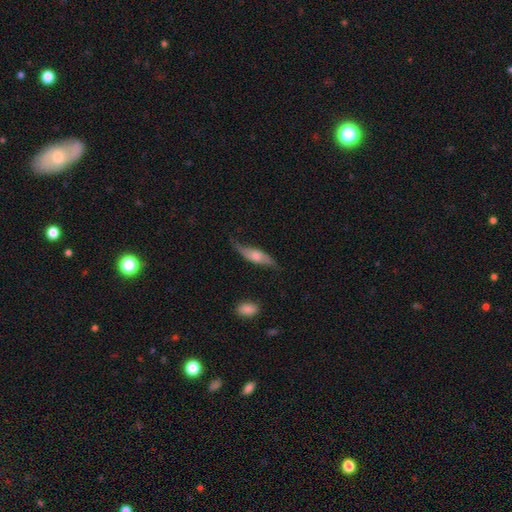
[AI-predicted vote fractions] Q: Smooth or featured?
A: featured or disk (56%); runner-up: smooth (38%)
Q: Edge-on disk?
A: no (56%); runner-up: yes (44%)
Q: Merging?
A: none (61%); runner-up: minor disturbance (26%)